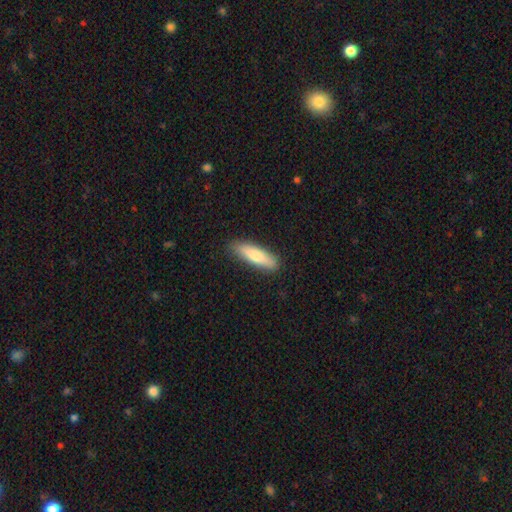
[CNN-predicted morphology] Smooth or featured?
  - smooth: 76% *
  - featured or disk: 18%
  - star or artifact: 5%
How rounded?
  - cigar-shaped: 68% *
  - in between: 30%
  - round: 2%
Merging?
  - none: 87% *
  - minor disturbance: 10%
  - major disturbance: 2%
  - merger: 1%